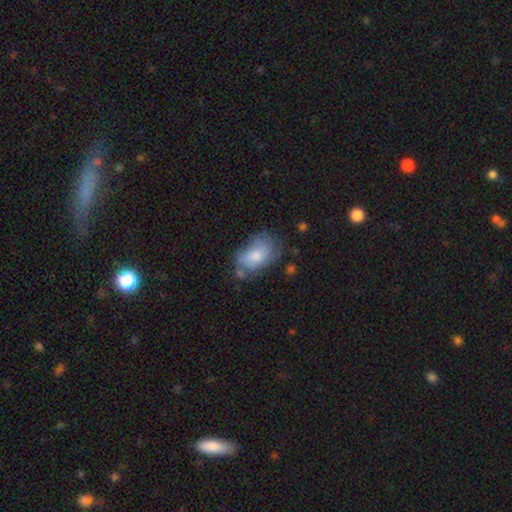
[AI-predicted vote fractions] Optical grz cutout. It shows a smooth galaxy with no disk features (60%) that is in between round and cigar-shaped (87%). Merging: none (49%).